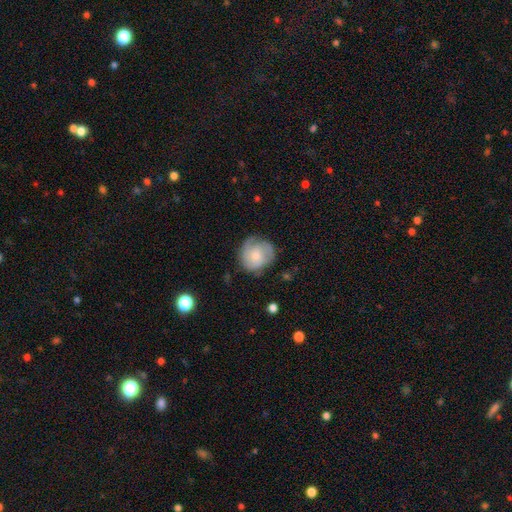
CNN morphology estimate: Smooth or featured? Predicted: smooth (p=0.47). Merging? Predicted: none (p=0.65).